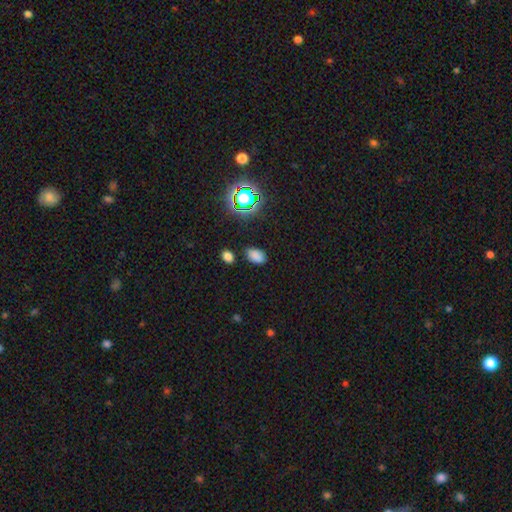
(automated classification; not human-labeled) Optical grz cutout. It shows a smooth galaxy with no disk features (77%) that is in between round and cigar-shaped (91%). Merging: none (80%).